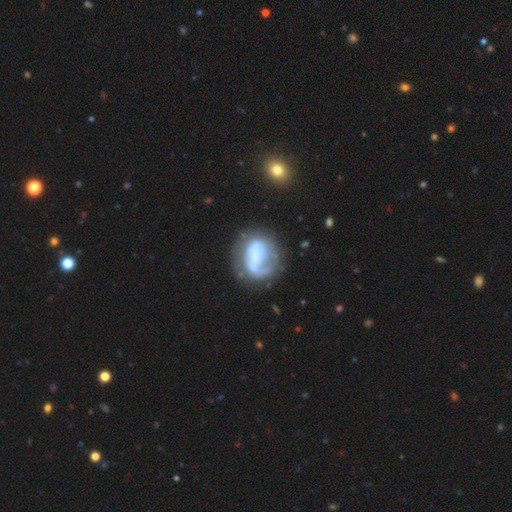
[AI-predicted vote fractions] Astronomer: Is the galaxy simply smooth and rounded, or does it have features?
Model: featured or disk — 55% (runner-up: smooth, 35%).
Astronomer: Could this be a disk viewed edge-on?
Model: no — 97%.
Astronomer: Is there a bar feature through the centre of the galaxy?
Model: no — 58%.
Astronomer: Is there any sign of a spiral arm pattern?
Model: no — 55% (runner-up: yes, 45%).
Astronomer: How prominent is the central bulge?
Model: none — 49%.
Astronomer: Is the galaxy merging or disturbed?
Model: none — 43% (runner-up: major disturbance, 29%).